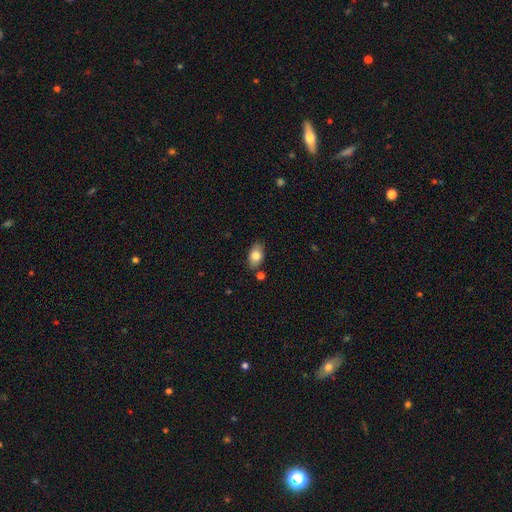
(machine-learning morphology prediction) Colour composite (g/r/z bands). It shows a smooth galaxy with no disk features (79%) that is in between round and cigar-shaped (90%). Merging: none (80%).